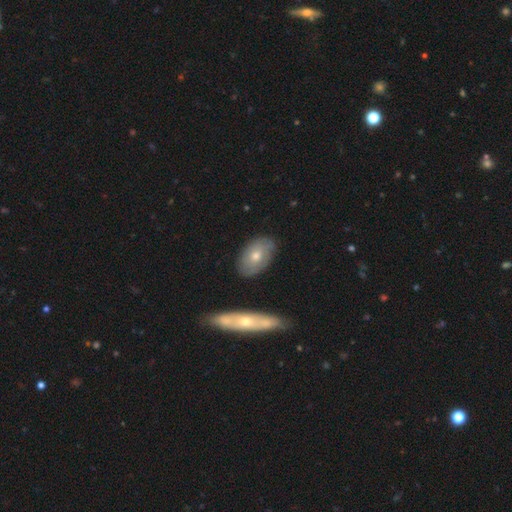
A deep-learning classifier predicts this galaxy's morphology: type=smooth (56%); roundness=in between (88%); merging=none (79%).